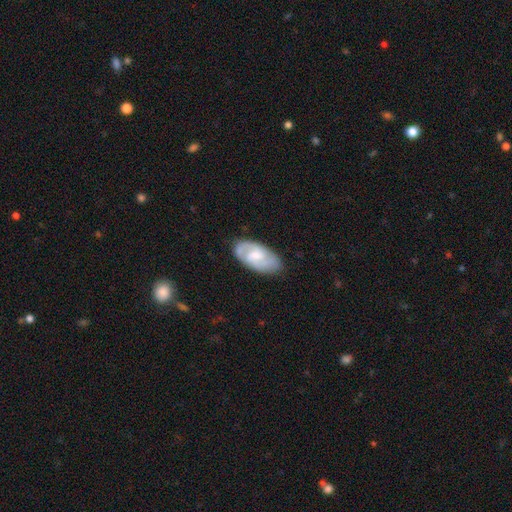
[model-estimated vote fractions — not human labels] smooth-or-featured: featured or disk: 70% | smooth: 25% | star or artifact: 5%
  disk-edge-on: no: 95% | yes: 5%
    bar: weak: 52% | no: 37% | strong: 11%
    has-spiral-arms: yes: 92% | no: 8%
      spiral-winding: medium: 47% | tight: 39% | loose: 14%
      spiral-arm-count: 2: 71% | can't tell: 14% | 3: 9% | 1: 3% | 4: 2% | more than 4: 2%
    bulge-size: small: 45% | moderate: 40% | none: 10% | large: 5% | dominant: 1%
  merging: none: 81% | minor disturbance: 15% | major disturbance: 3% | merger: 1%